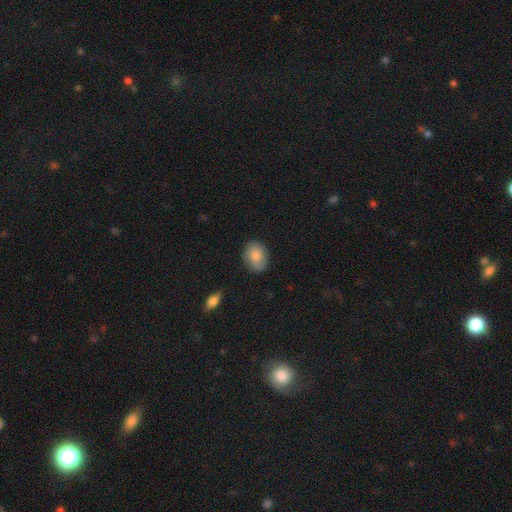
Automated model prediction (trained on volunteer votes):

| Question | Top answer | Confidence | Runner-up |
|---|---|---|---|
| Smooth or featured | smooth | 83% | featured or disk (10%) |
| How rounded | in between | 69% | round (30%) |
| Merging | none | 81% | minor disturbance (15%) |